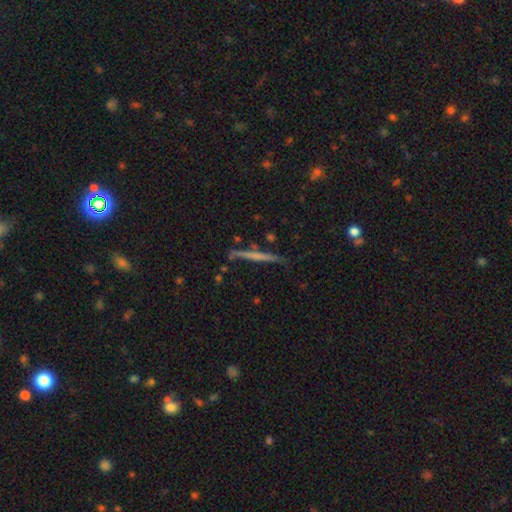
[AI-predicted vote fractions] Morphology: type=featured or disk (53%); edge-on=yes (97%); edge-on bulge=none (78%); merging=none (84%).